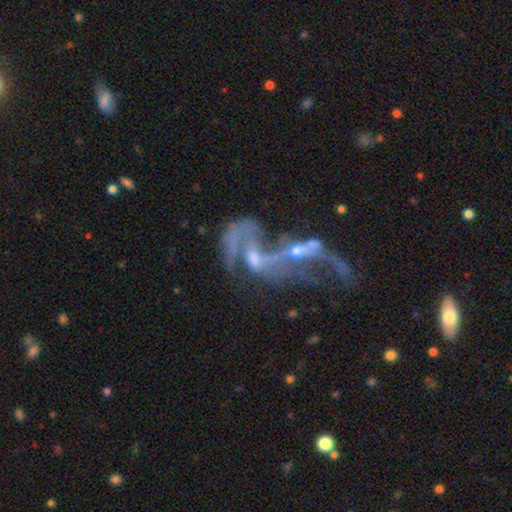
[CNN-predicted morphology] A featured or disk galaxy (77%) with no bar (58%), spiral arms (58%) and a small central bulge (42%). Merging: merger (51%).